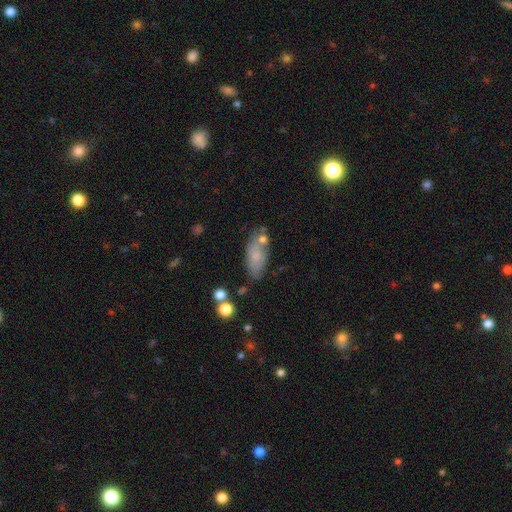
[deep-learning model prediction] A smooth galaxy with no disk features (72%) that is in between round and cigar-shaped (83%).

Vote fractions:
- Smooth or featured? smooth: 72% / featured or disk: 20% / star or artifact: 8%
- How rounded? in between: 83% / cigar-shaped: 13% / round: 3%
- Merging? none: 60% / minor disturbance: 21% / merger: 12% / major disturbance: 6%